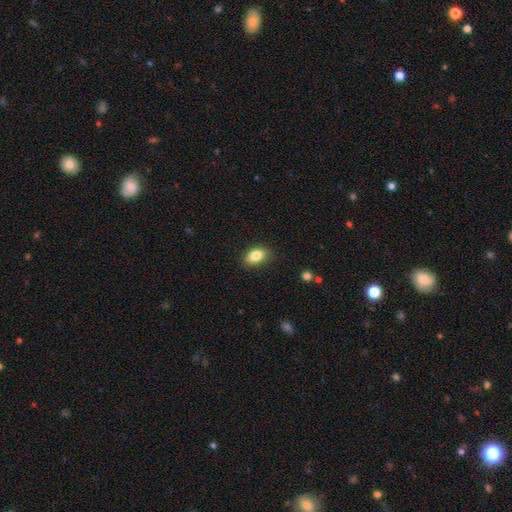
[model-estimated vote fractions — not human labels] smooth-or-featured: smooth: 84% | star or artifact: 8% | featured or disk: 8%
  how-rounded: in between: 86% | round: 12% | cigar-shaped: 2%
  merging: none: 86% | minor disturbance: 10% | major disturbance: 2% | merger: 1%